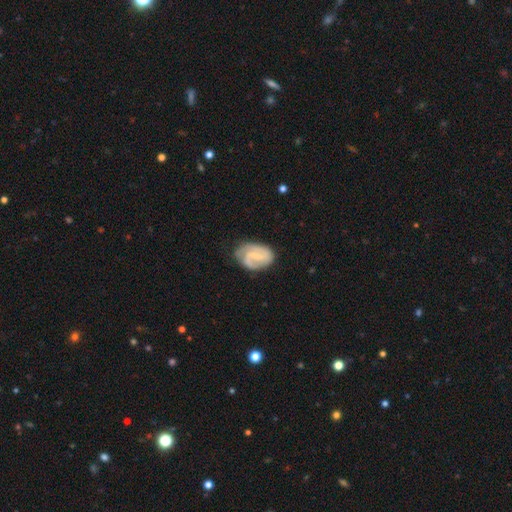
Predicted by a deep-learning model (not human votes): featured or disk 75%, smooth 20%, star or artifact 5%. Down the decision tree: edge-on disk — no (98%); bar — weak (54%); spiral arms — yes (93%); spiral arm count — 2 (68%); spiral winding — medium (45%); bulge size — small (61%); merging — none (64%).